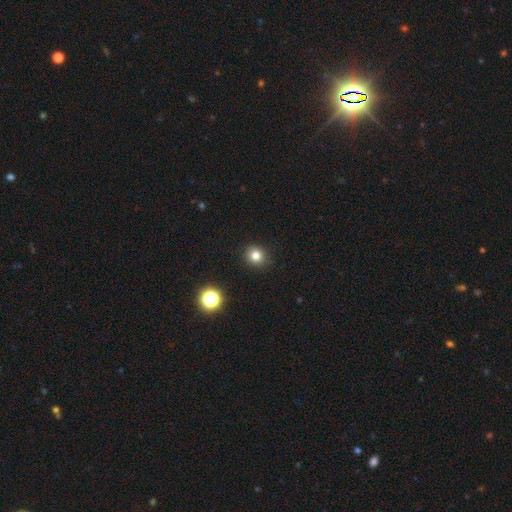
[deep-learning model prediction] Q: Smooth or featured?
A: smooth (81%); runner-up: star or artifact (14%)
Q: How rounded?
A: round (86%); runner-up: in between (13%)
Q: Merging?
A: none (91%); runner-up: minor disturbance (6%)